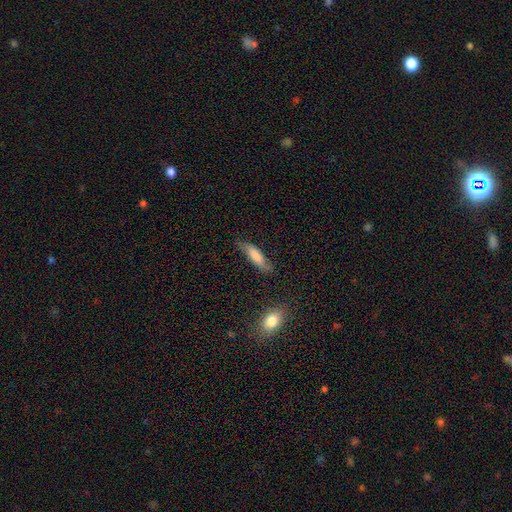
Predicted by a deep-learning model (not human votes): Smooth or featured: smooth — 70% (featured or disk — 23%)
How rounded: cigar-shaped — 60% (in between — 38%)
Merging: none — 65% (minor disturbance — 26%)